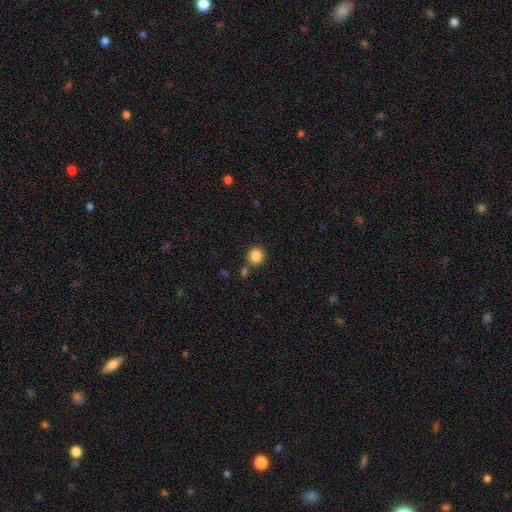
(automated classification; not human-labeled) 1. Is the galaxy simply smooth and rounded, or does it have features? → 86% smooth, 10% star or artifact, 4% featured or disk.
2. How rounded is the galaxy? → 87% round, 12% in between, 1% cigar-shaped.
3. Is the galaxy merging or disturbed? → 76% none, 11% merger, 10% minor disturbance, 3% major disturbance.